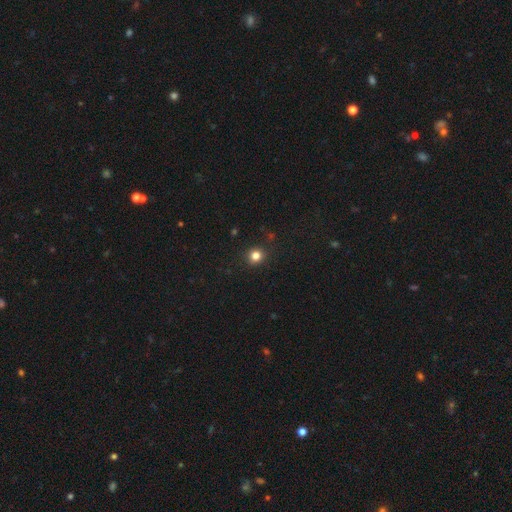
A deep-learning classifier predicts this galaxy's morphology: Smooth or featured? smooth (82%)
How rounded? round (89%)
Merging? none (90%)